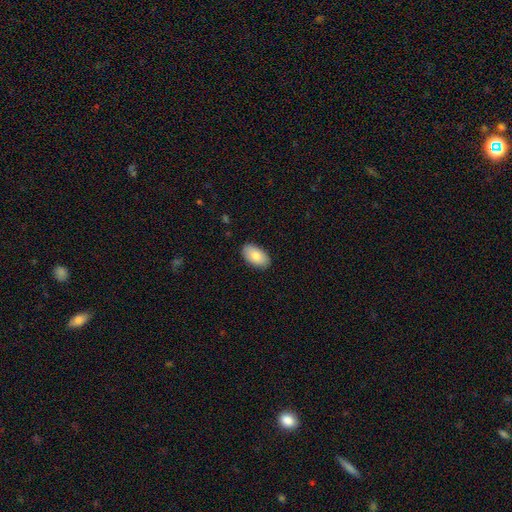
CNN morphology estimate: Smooth or featured? smooth (81%)
How rounded? in between (95%)
Merging? none (88%)